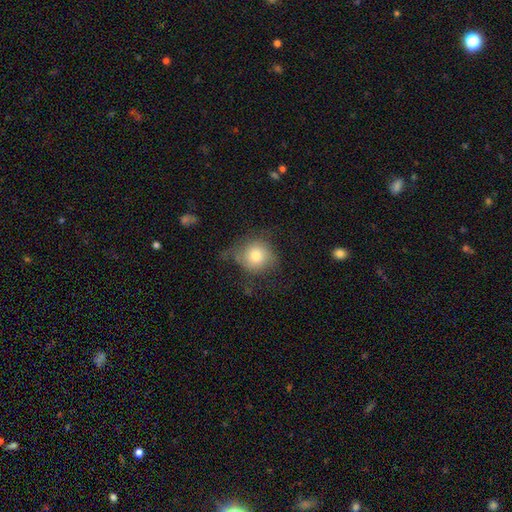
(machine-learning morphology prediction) A smooth galaxy with no disk features (74%) that is round (86%). Merging: none (51%).